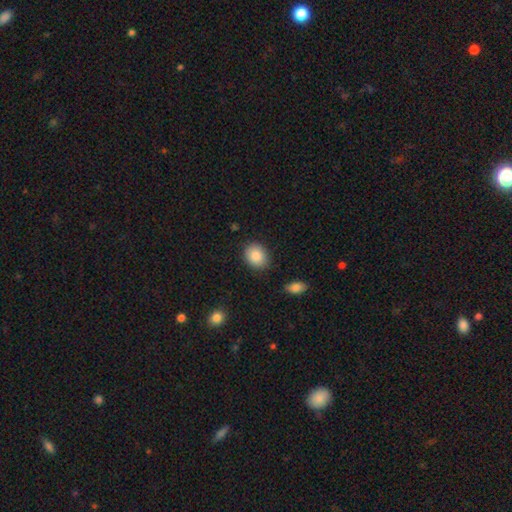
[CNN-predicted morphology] A smooth galaxy with no disk features (87%) that is in between round and cigar-shaped (52%).

Vote fractions:
- Smooth or featured? smooth: 87% / star or artifact: 7% / featured or disk: 6%
- How rounded? in between: 52% / round: 47% / cigar-shaped: 1%
- Merging? none: 85% / minor disturbance: 11% / major disturbance: 3% / merger: 2%